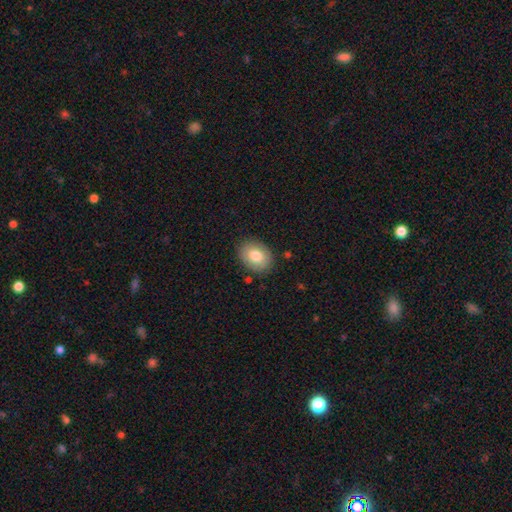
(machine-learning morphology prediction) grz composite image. It shows a smooth galaxy with no disk features (79%) that is in between round and cigar-shaped (65%). Merging: none (85%).